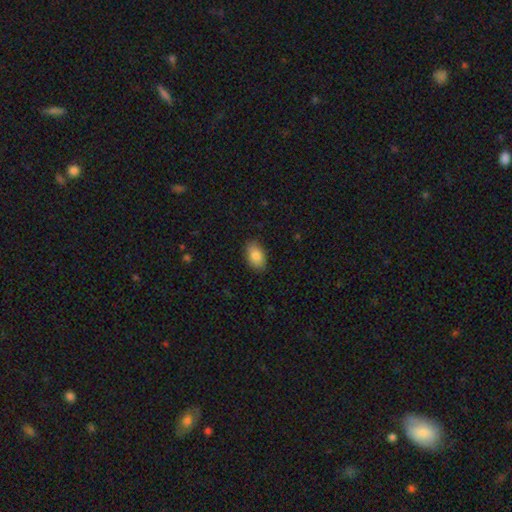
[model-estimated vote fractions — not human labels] Smooth or featured?
  - smooth: 86% *
  - featured or disk: 7%
  - star or artifact: 7%
How rounded?
  - in between: 92% *
  - round: 7%
  - cigar-shaped: 1%
Merging?
  - none: 87% *
  - minor disturbance: 10%
  - major disturbance: 2%
  - merger: 1%